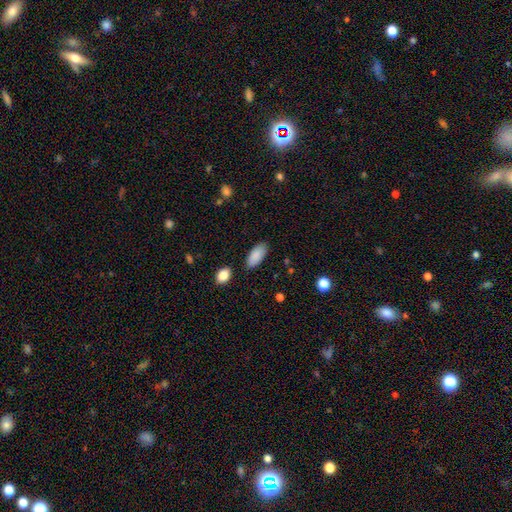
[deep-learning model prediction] Smooth or featured? Predicted: smooth (p=0.88). How rounded? Predicted: in between (p=0.90). Merging? Predicted: none (p=0.83).